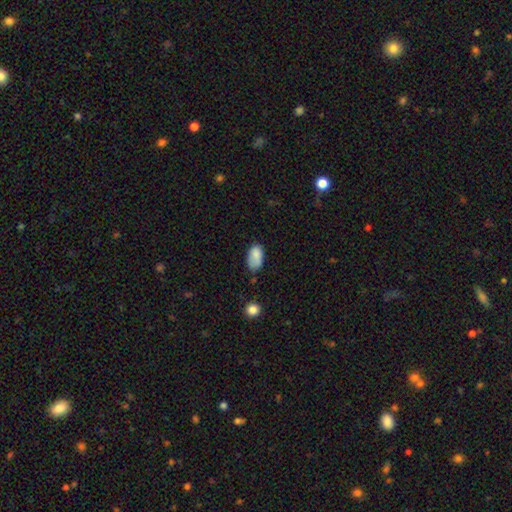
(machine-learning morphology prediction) A smooth galaxy with no disk features (82%) that is in between round and cigar-shaped (92%).

Vote fractions:
- Smooth or featured? smooth: 82% / featured or disk: 9% / star or artifact: 8%
- How rounded? in between: 92% / round: 6% / cigar-shaped: 2%
- Merging? none: 52% / minor disturbance: 33% / major disturbance: 9% / merger: 6%